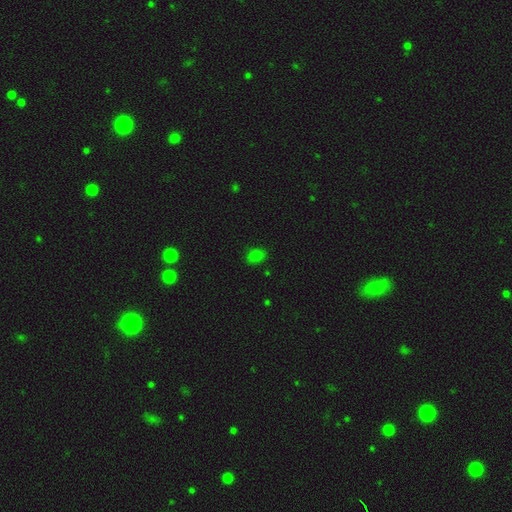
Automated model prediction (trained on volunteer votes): Q: Smooth or featured?
A: smooth (79%); runner-up: star or artifact (17%)
Q: How rounded?
A: in between (70%); runner-up: round (29%)
Q: Merging?
A: none (83%); runner-up: minor disturbance (12%)